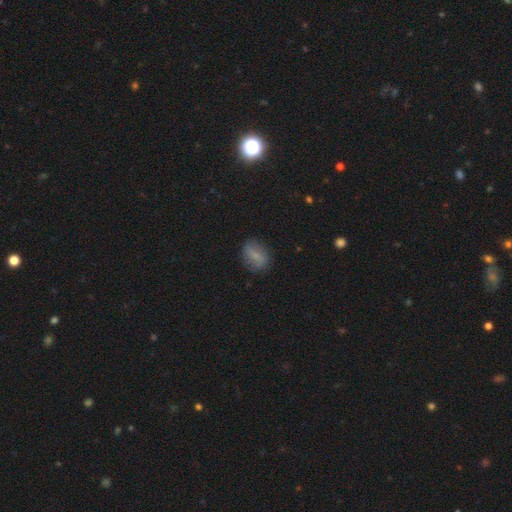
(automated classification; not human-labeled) This is likely a smooth galaxy (63%). How rounded: likely in between (62%). Merging: likely none (79%).